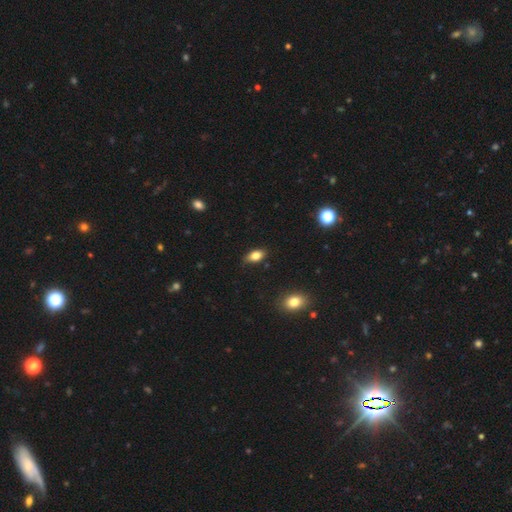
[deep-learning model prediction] A smooth galaxy with no disk features (81%) that is in between round and cigar-shaped (88%).

Vote fractions:
- Smooth or featured? smooth: 81% / featured or disk: 10% / star or artifact: 9%
- How rounded? in between: 88% / round: 8% / cigar-shaped: 5%
- Merging? none: 80% / minor disturbance: 16% / major disturbance: 3% / merger: 1%